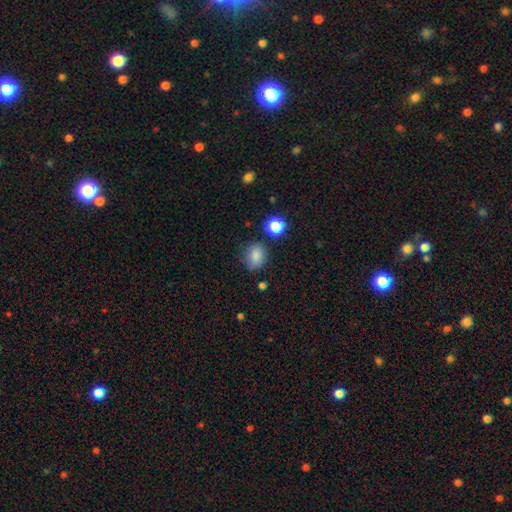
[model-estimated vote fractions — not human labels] This is clearly a smooth galaxy (84%). How rounded: possibly round (55%). Merging: likely none (74%).